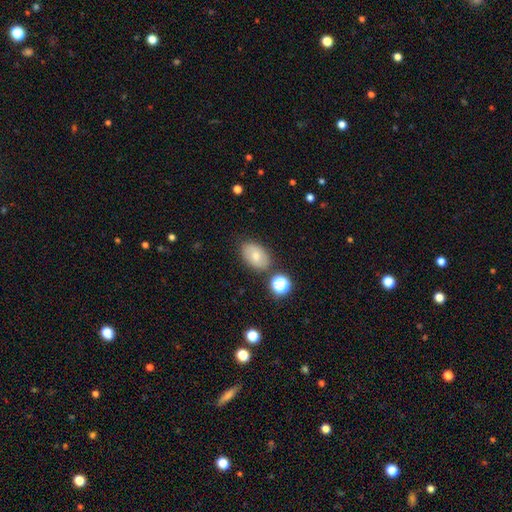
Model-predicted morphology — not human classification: Overall: smooth (71%). How rounded: in between (85%). Merging: none (77%).